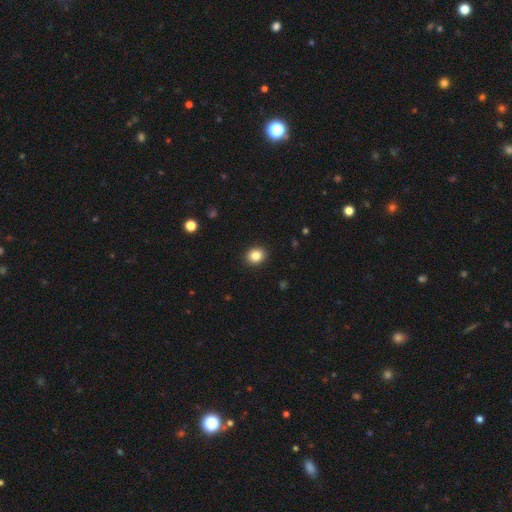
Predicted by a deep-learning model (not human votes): Q: Smooth or featured?
A: smooth (85%); runner-up: star or artifact (10%)
Q: How rounded?
A: round (69%); runner-up: in between (30%)
Q: Merging?
A: none (92%); runner-up: minor disturbance (6%)